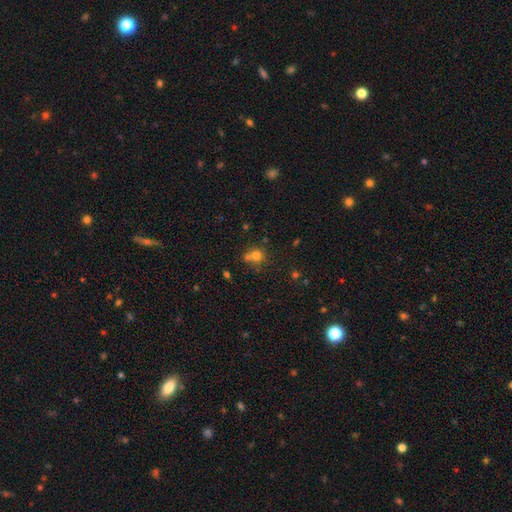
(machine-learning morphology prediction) Q: Smooth or featured?
A: smooth (73%); runner-up: star or artifact (17%)
Q: How rounded?
A: round (80%); runner-up: in between (19%)
Q: Merging?
A: none (52%); runner-up: merger (30%)